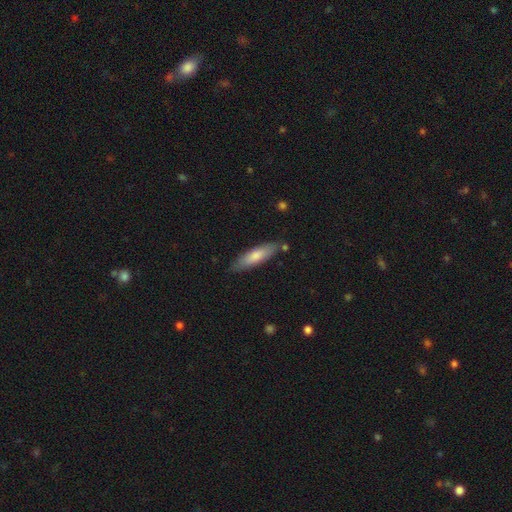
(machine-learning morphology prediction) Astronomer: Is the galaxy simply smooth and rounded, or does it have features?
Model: smooth — 75%.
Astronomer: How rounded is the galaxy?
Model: cigar-shaped — 67%.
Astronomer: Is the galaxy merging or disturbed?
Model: none — 81%.